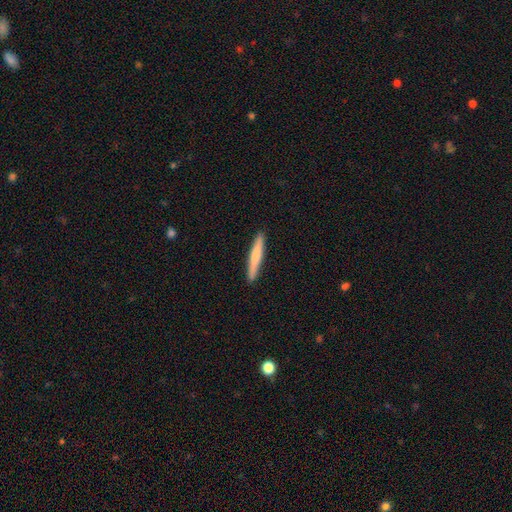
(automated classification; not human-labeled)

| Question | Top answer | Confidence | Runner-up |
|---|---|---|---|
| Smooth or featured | smooth | 69% | featured or disk (26%) |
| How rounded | cigar-shaped | 95% | in between (4%) |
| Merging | none | 91% | minor disturbance (6%) |